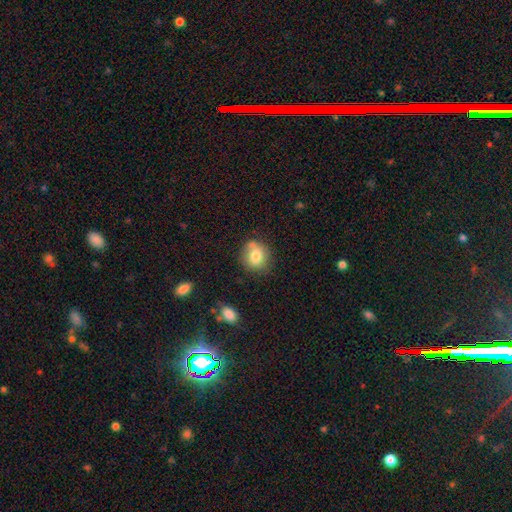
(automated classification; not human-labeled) A smooth galaxy with no disk features (77%) that is round (77%).

Vote fractions:
- Smooth or featured? smooth: 77% / featured or disk: 13% / star or artifact: 9%
- How rounded? round: 77% / in between: 22% / cigar-shaped: 1%
- Merging? none: 62% / minor disturbance: 20% / merger: 13% / major disturbance: 5%